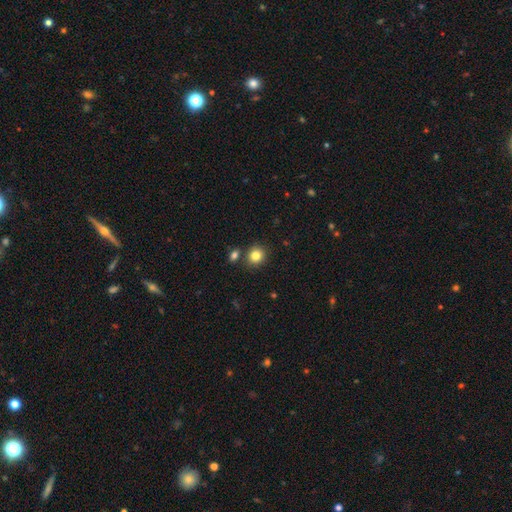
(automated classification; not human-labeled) This appears to be a smooth galaxy with no disk features (83%) that is round (82%). Merging: none (78%).